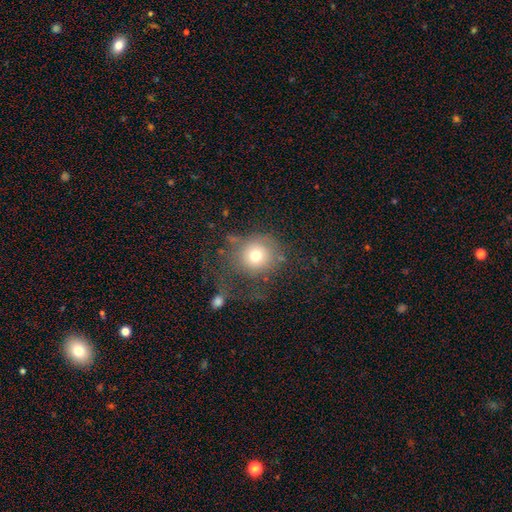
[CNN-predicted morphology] Smooth or featured?
  - smooth: 71% *
  - featured or disk: 16%
  - star or artifact: 13%
How rounded?
  - round: 90% *
  - in between: 9%
  - cigar-shaped: 1%
Merging?
  - none: 51% *
  - major disturbance: 25%
  - minor disturbance: 17%
  - merger: 6%